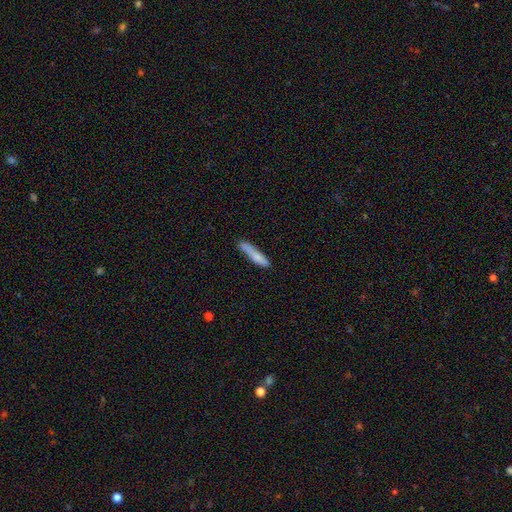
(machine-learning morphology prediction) Smooth or featured: smooth — 76% (featured or disk — 18%)
How rounded: cigar-shaped — 89% (in between — 9%)
Merging: none — 67% (minor disturbance — 22%)